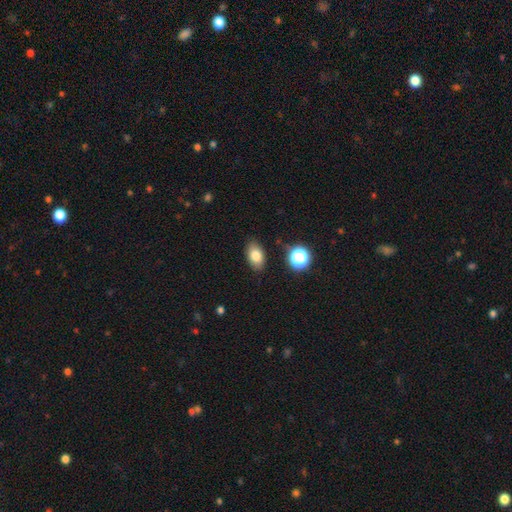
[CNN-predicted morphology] Overall: smooth (81%). How rounded: in between (89%). Merging: none (86%).